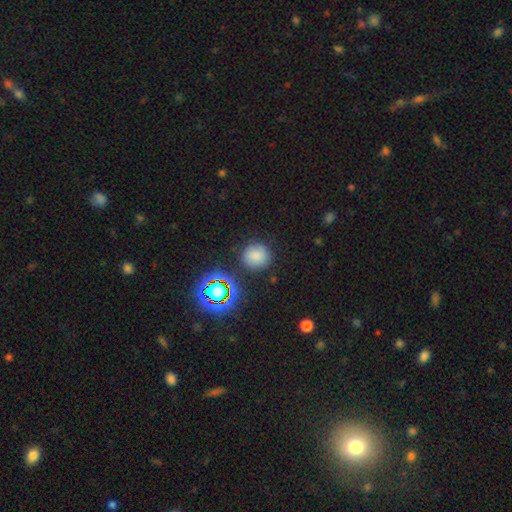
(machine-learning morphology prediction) smooth 74%, star or artifact 18%, featured or disk 8%. Down the decision tree: how rounded — round (88%); merging — none (83%).